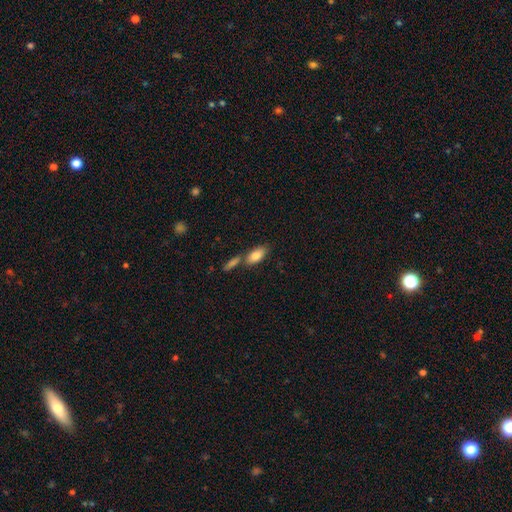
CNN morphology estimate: Smooth or featured?
  - smooth: 81% *
  - featured or disk: 12%
  - star or artifact: 7%
How rounded?
  - in between: 87% *
  - cigar-shaped: 10%
  - round: 3%
Merging?
  - none: 54% *
  - merger: 31%
  - minor disturbance: 11%
  - major disturbance: 3%